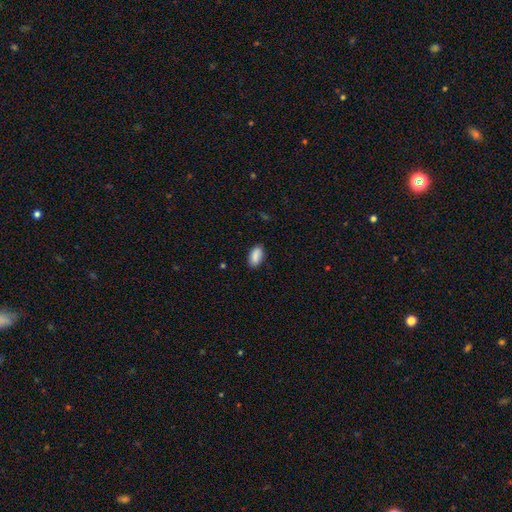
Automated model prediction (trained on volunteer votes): smooth-or-featured: smooth: 89% | star or artifact: 7% | featured or disk: 5%
  how-rounded: in between: 93% | cigar-shaped: 4% | round: 3%
  merging: none: 86% | minor disturbance: 11% | major disturbance: 2% | merger: 1%